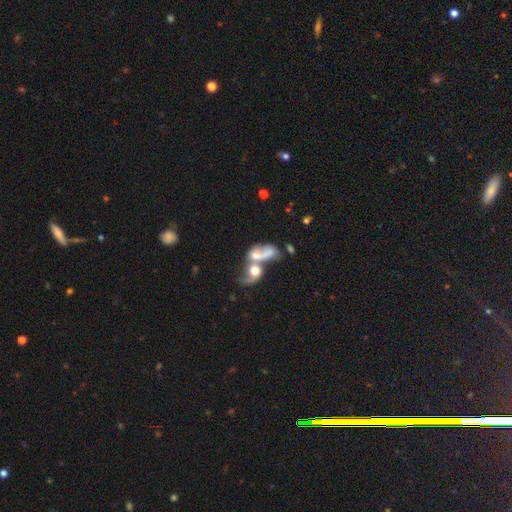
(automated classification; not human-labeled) A featured or disk galaxy (45%). Merging: merger (76%).